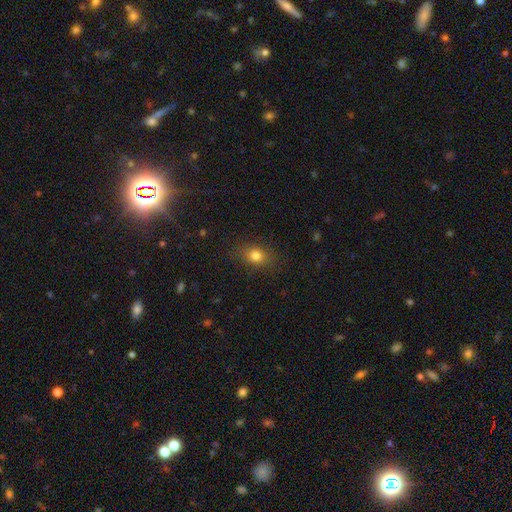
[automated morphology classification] Smooth or featured? smooth (80%)
How rounded? in between (61%)
Merging? none (85%)